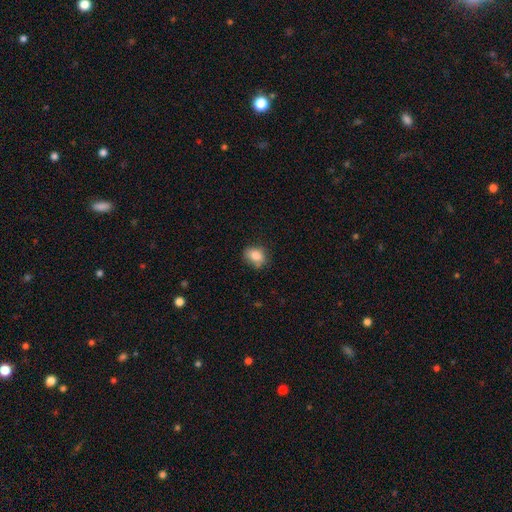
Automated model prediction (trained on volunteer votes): smooth 84%, star or artifact 9%, featured or disk 7%. Down the decision tree: how rounded — in between (56%); merging — none (69%).